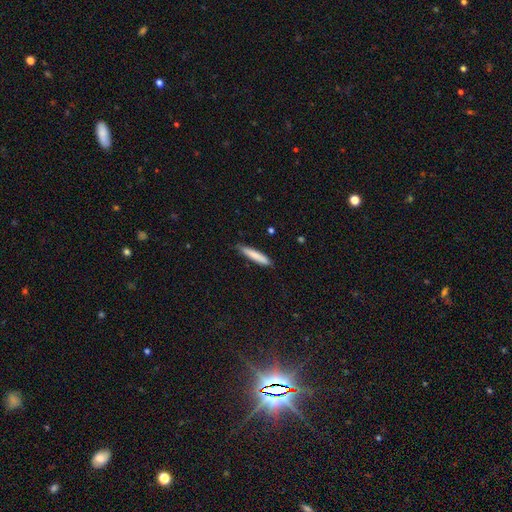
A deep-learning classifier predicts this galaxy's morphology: smooth_or_featured: smooth (p=0.79) [alt: featured or disk p=0.15]
how_rounded: cigar-shaped (p=0.91) [alt: in between p=0.07]
merging: none (p=0.83) [alt: minor disturbance p=0.14]